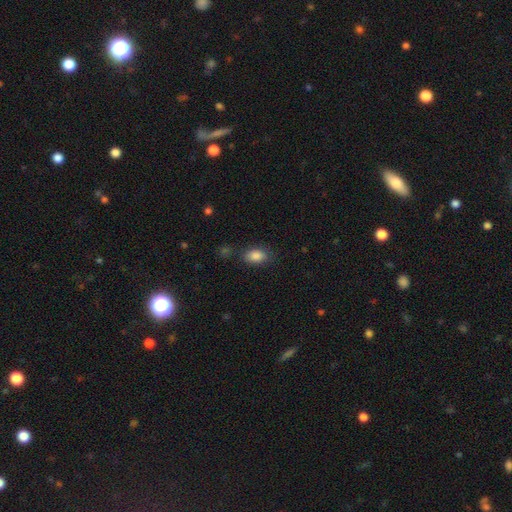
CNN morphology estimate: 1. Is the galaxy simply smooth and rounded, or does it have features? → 87% smooth, 9% star or artifact, 5% featured or disk.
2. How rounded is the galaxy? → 88% in between, 10% round, 2% cigar-shaped.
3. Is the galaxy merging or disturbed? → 79% none, 14% minor disturbance, 4% major disturbance, 3% merger.